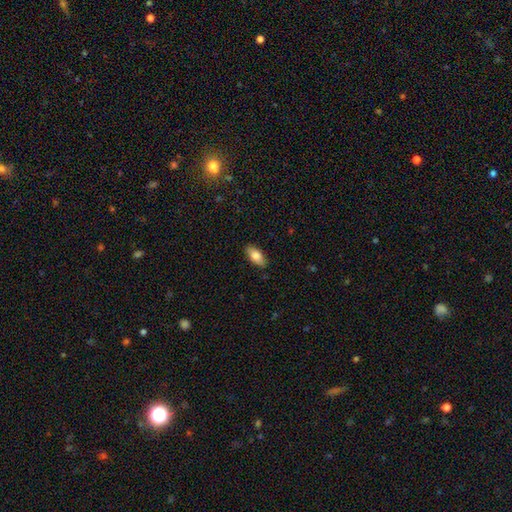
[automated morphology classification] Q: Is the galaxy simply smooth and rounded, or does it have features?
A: smooth — 82%.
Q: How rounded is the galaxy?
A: in between — 89%.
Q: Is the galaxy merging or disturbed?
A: none — 85%.